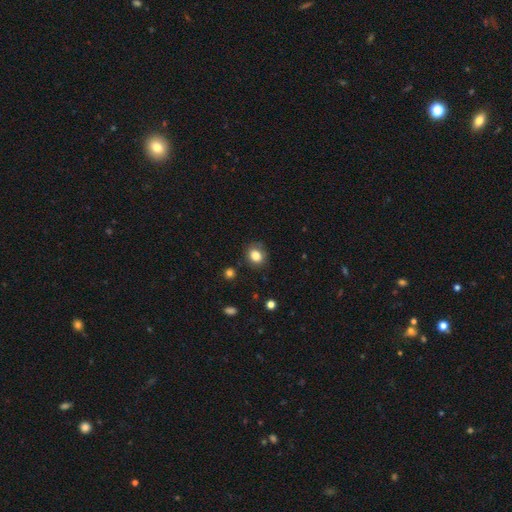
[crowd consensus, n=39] Smooth or featured? 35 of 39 (90%) said smooth. How rounded? 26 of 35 (74%) said round. Merging? 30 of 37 (81%) said none.